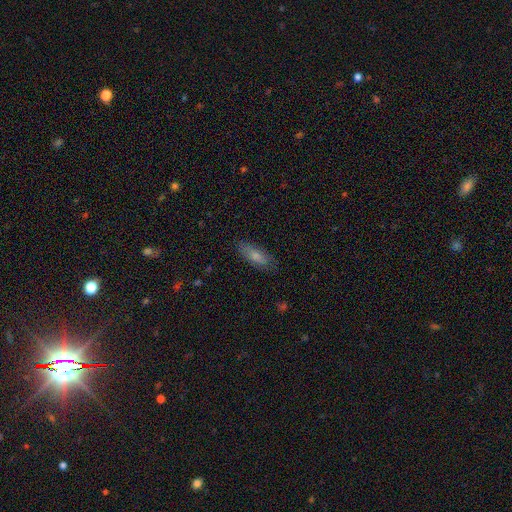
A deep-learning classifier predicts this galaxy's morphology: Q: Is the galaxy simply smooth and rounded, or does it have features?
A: smooth — 77%.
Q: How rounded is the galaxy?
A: in between — 64%.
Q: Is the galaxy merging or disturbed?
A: none — 81%.